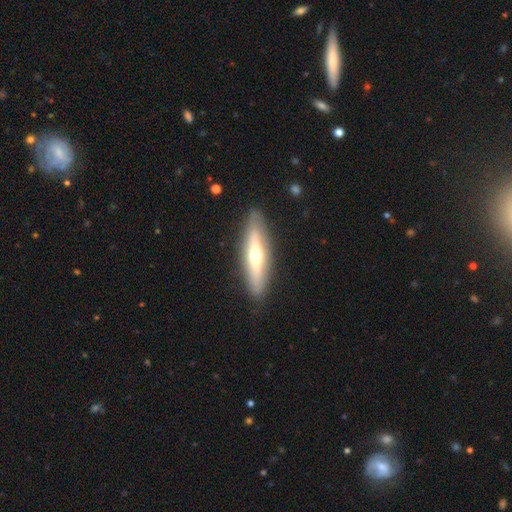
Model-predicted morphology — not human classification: Smooth or featured? Predicted: featured or disk (p=0.57). Edge-on disk? Predicted: yes (p=0.81). Merging? Predicted: none (p=0.88).